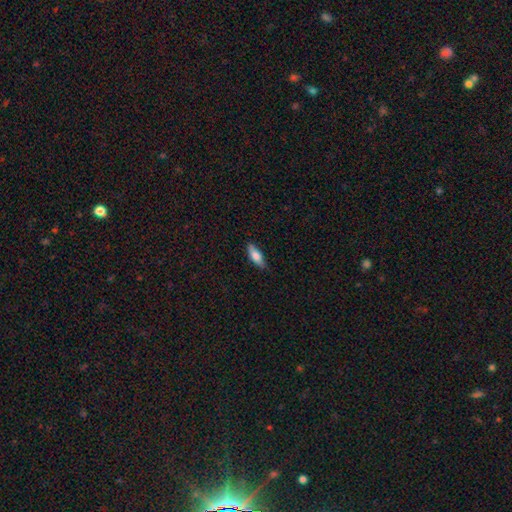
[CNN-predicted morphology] Smooth or featured: smooth — 69% (featured or disk — 25%)
How rounded: in between — 57% (cigar-shaped — 40%)
Merging: none — 82% (minor disturbance — 15%)